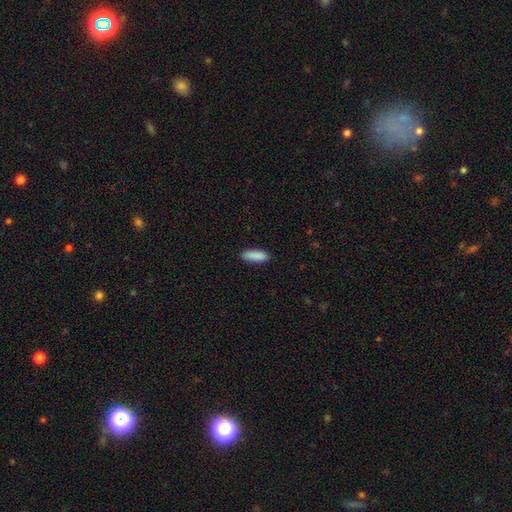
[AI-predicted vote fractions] Q: Smooth or featured?
A: smooth (90%); runner-up: star or artifact (6%)
Q: How rounded?
A: in between (58%); runner-up: cigar-shaped (40%)
Q: Merging?
A: none (88%); runner-up: minor disturbance (9%)